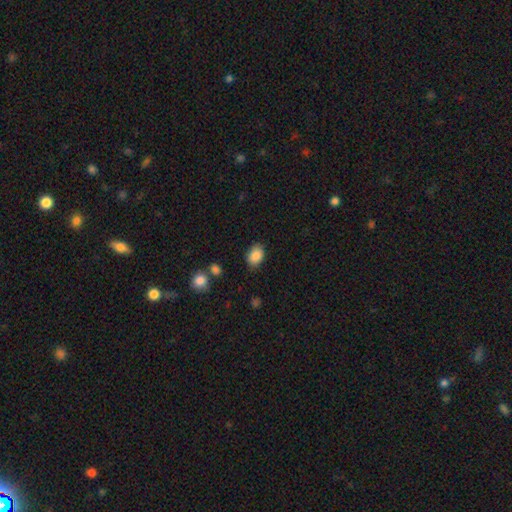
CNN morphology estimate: Smooth or featured? Predicted: smooth (p=0.88). How rounded? Predicted: in between (p=0.79). Merging? Predicted: none (p=0.81).